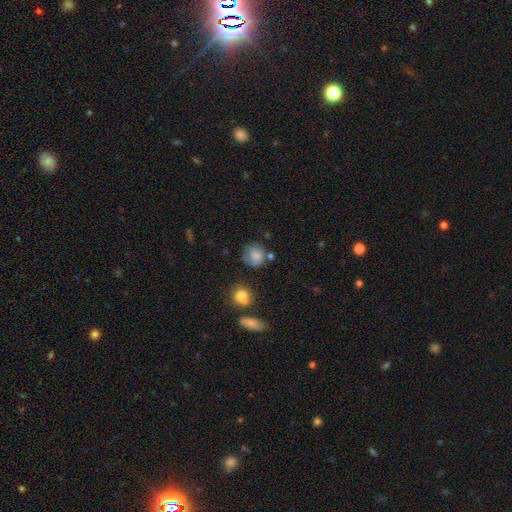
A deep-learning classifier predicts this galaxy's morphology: The model was most divided on "merging": none: 58%, minor disturbance: 25%, major disturbance: 11%, merger: 6%. More confident: how rounded — round (79%); smooth or featured — smooth (76%).